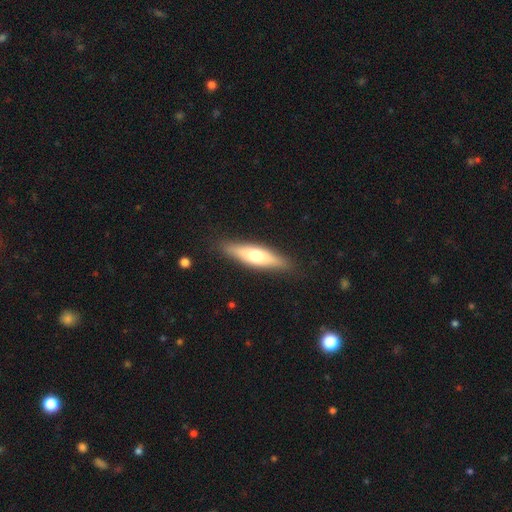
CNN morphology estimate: A smooth galaxy with no disk features (52%) that is cigar-shaped (66%). Merging: none (87%).